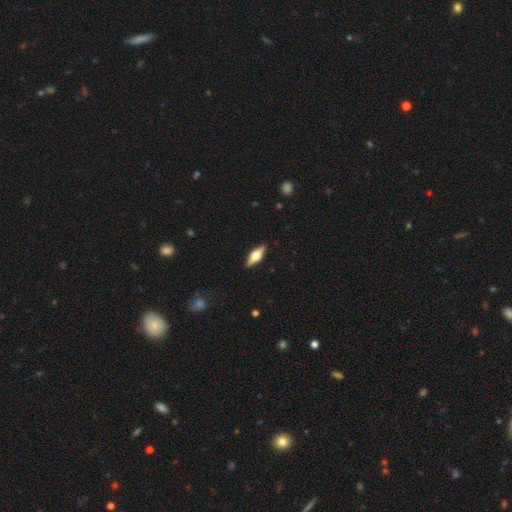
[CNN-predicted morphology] Overall: featured or disk (49%; smooth 45%). Merging: none (89%).